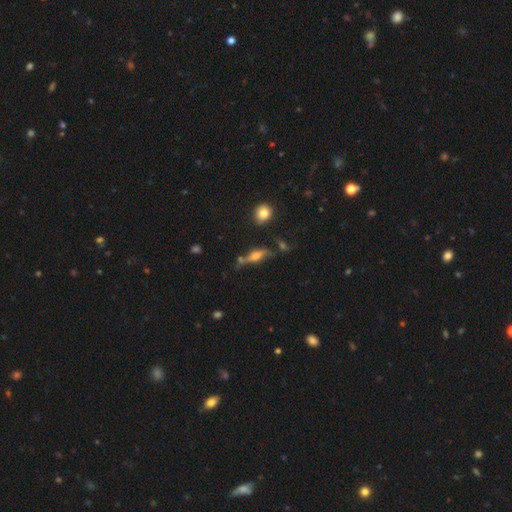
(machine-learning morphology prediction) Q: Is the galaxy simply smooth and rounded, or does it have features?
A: featured or disk — 57%.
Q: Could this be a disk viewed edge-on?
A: yes — 75%.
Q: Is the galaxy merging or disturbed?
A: none — 53%.